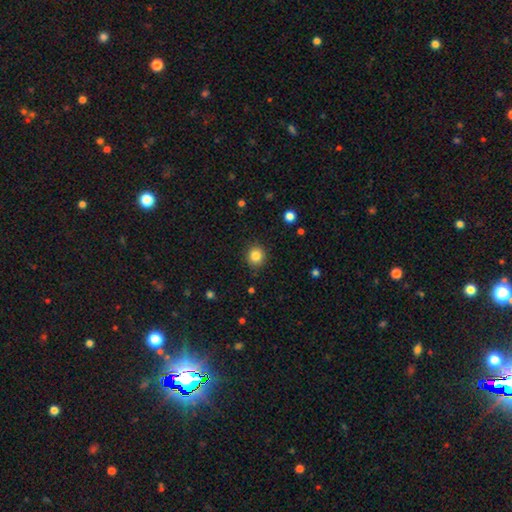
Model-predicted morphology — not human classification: A smooth galaxy with no disk features (84%) that is round (87%). Merging: none (87%).